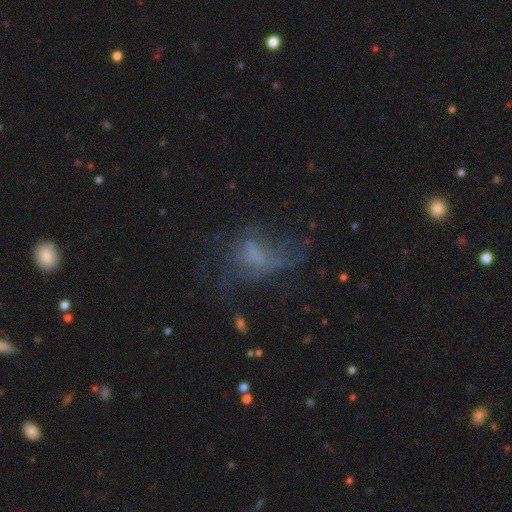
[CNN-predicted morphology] featured or disk 45%, smooth 33%, star or artifact 22%. Down the decision tree: merging — major disturbance (43%).